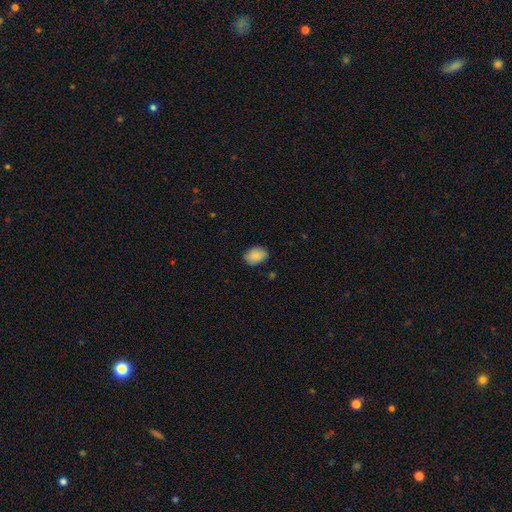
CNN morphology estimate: type=smooth (89%); roundness=in between (77%); merging=none (82%).